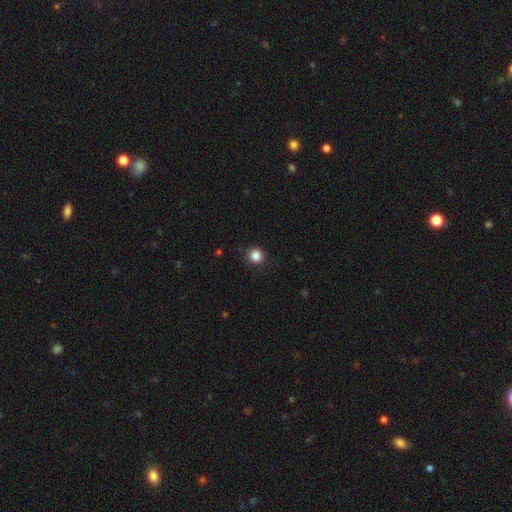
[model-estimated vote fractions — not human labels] Smooth or featured?
  - smooth: 85% *
  - star or artifact: 11%
  - featured or disk: 4%
How rounded?
  - round: 91% *
  - in between: 8%
  - cigar-shaped: 1%
Merging?
  - none: 91% *
  - minor disturbance: 6%
  - major disturbance: 2%
  - merger: 1%